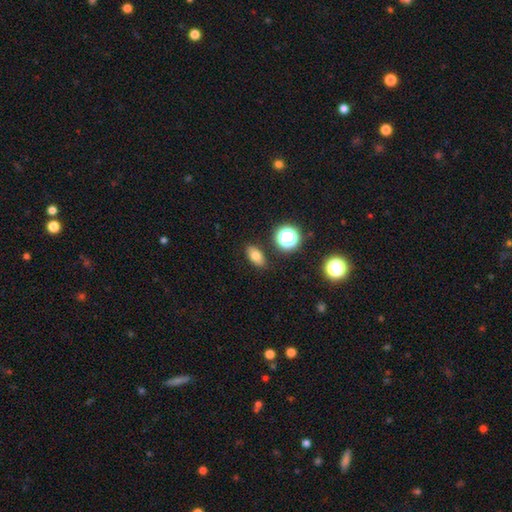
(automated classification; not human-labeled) smooth 73%, star or artifact 15%, featured or disk 12%. Down the decision tree: how rounded — in between (83%); merging — none (84%).